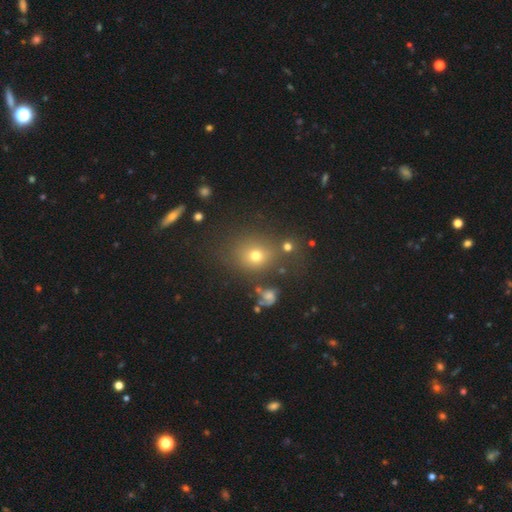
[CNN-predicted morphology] Smooth or featured? smooth (69%)
How rounded? round (68%)
Merging? none (72%)